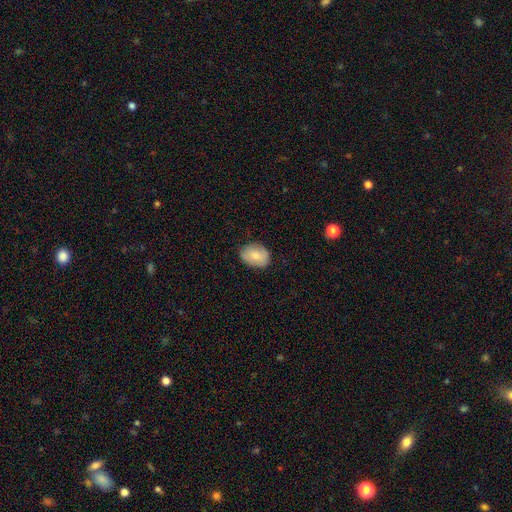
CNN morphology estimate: The model was most divided on "how rounded": in between: 70%, round: 29%, cigar-shaped: 1%. More confident: merging — none (79%); smooth or featured — smooth (77%).